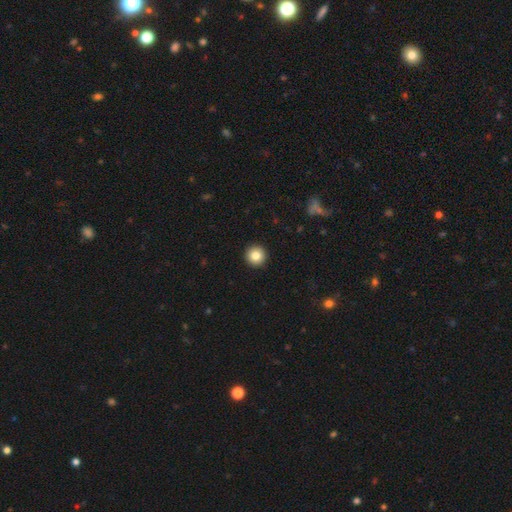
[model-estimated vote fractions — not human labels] Q: Smooth or featured?
A: smooth (83%); runner-up: star or artifact (10%)
Q: How rounded?
A: round (96%); runner-up: in between (3%)
Q: Merging?
A: none (94%); runner-up: minor disturbance (4%)